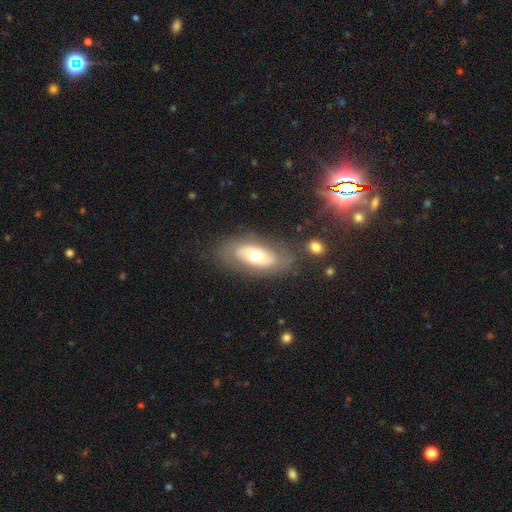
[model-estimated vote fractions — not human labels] Q: Smooth or featured?
A: featured or disk (49%); runner-up: smooth (44%)
Q: Merging?
A: none (75%); runner-up: minor disturbance (14%)